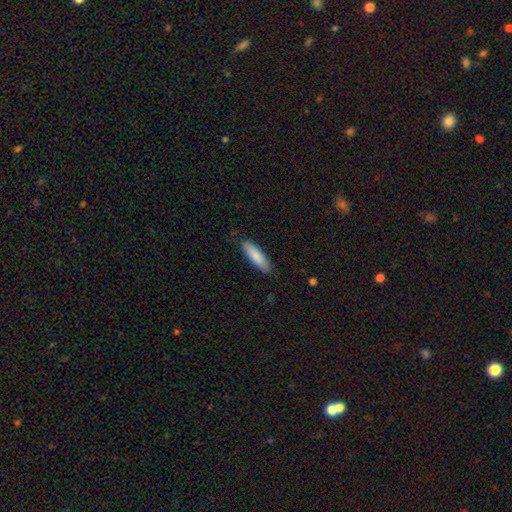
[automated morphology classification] A smooth galaxy with no disk features (85%) that is cigar-shaped (62%).

Vote fractions:
- Smooth or featured? smooth: 85% / featured or disk: 10% / star or artifact: 5%
- How rounded? cigar-shaped: 62% / in between: 37% / round: 1%
- Merging? none: 86% / minor disturbance: 11% / major disturbance: 2% / merger: 1%